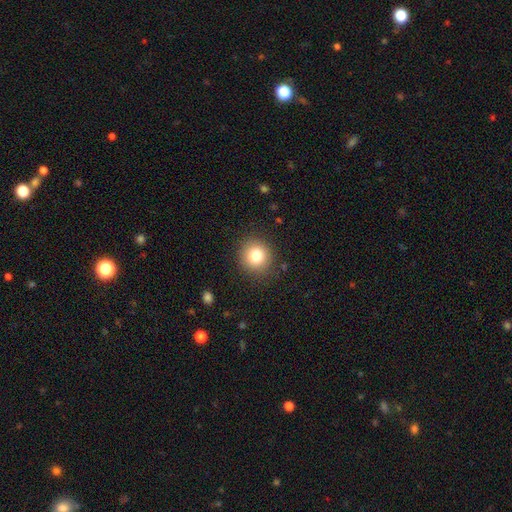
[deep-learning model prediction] smooth 81%, star or artifact 11%, featured or disk 8%. Down the decision tree: how rounded — round (89%); merging — none (88%).